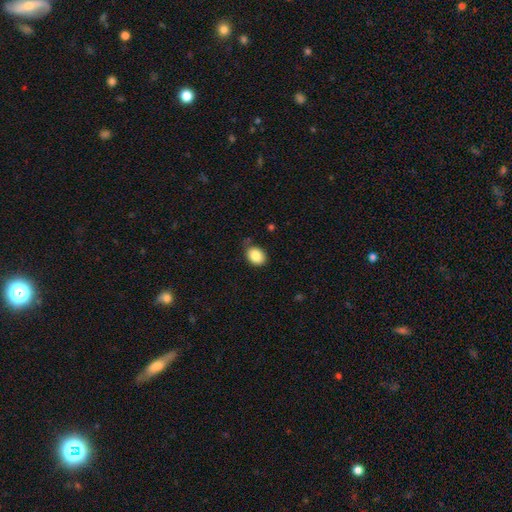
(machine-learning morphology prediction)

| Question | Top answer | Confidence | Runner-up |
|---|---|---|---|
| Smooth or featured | smooth | 85% | star or artifact (8%) |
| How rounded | in between | 65% | round (34%) |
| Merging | none | 75% | minor disturbance (19%) |